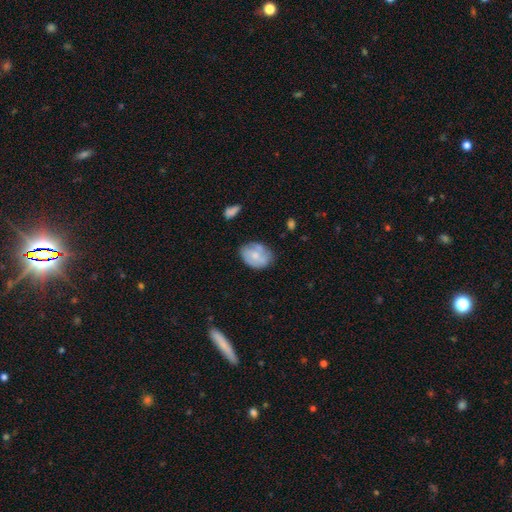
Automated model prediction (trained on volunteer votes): The model was most divided on "smooth or featured": smooth: 54%, featured or disk: 40%, star or artifact: 7%. More confident: how rounded — in between (67%); merging — none (58%).